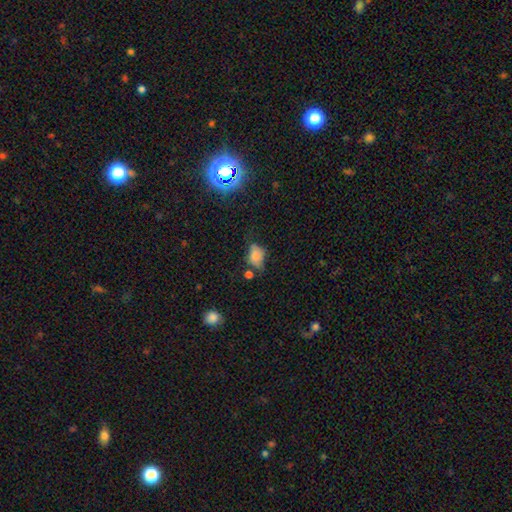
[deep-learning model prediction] Smooth or featured? smooth (73%)
How rounded? in between (80%)
Merging? none (42%)